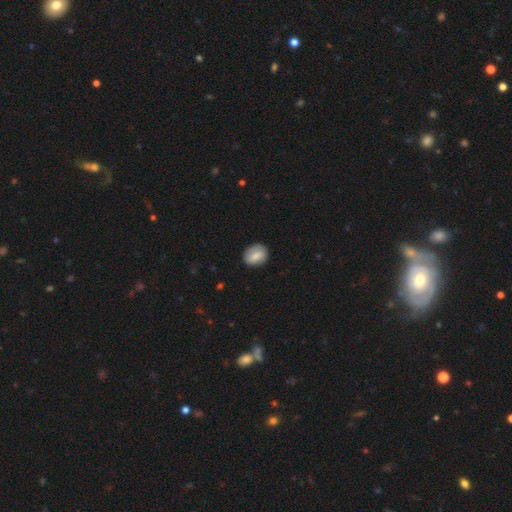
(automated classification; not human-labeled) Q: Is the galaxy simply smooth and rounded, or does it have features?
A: smooth — 77%.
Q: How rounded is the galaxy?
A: in between — 60%.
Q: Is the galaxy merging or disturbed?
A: none — 81%.